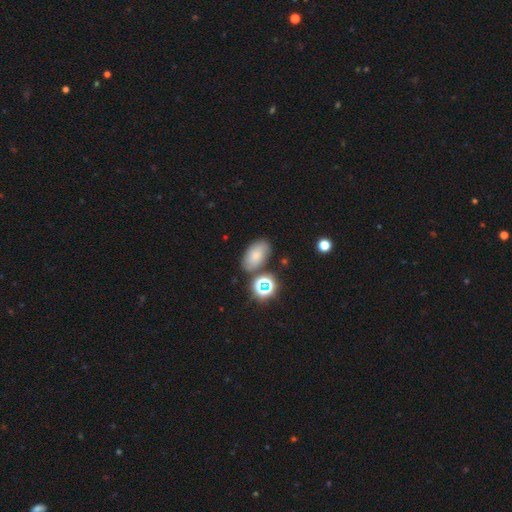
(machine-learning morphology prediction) A smooth galaxy with no disk features (62%) that is in between round and cigar-shaped (87%).

Vote fractions:
- Smooth or featured? smooth: 62% / featured or disk: 20% / star or artifact: 18%
- How rounded? in between: 87% / round: 11% / cigar-shaped: 2%
- Merging? none: 72% / minor disturbance: 15% / merger: 8% / major disturbance: 5%